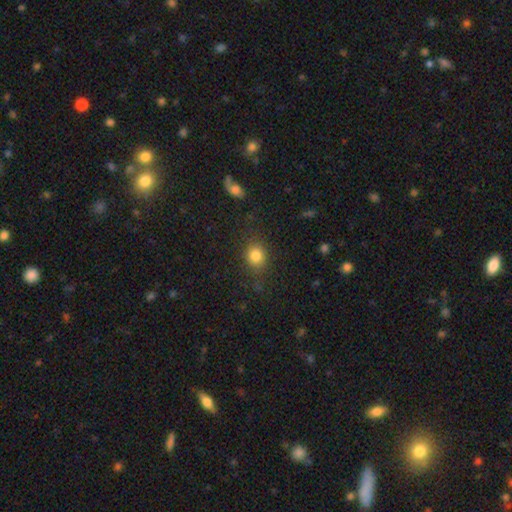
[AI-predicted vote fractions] A smooth galaxy with no disk features (83%) that is round (72%).

Vote fractions:
- Smooth or featured? smooth: 83% / star or artifact: 11% / featured or disk: 6%
- How rounded? round: 72% / in between: 27% / cigar-shaped: 1%
- Merging? none: 80% / minor disturbance: 13% / major disturbance: 5% / merger: 2%